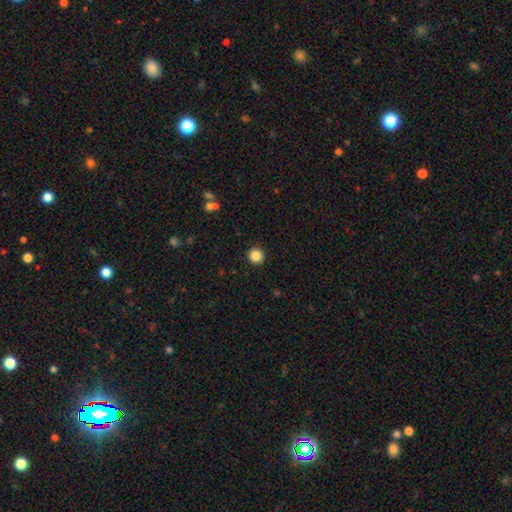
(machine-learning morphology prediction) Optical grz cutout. It shows a smooth galaxy with no disk features (85%) that is round (95%). Merging: none (93%).